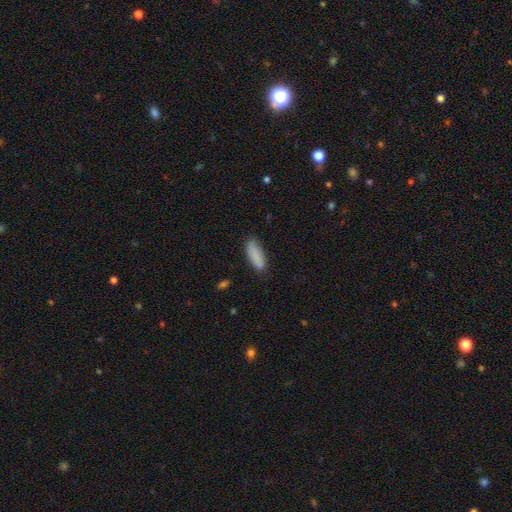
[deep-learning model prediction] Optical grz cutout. It shows a smooth galaxy with no disk features (88%) that is in between round and cigar-shaped (65%). Merging: none (79%).